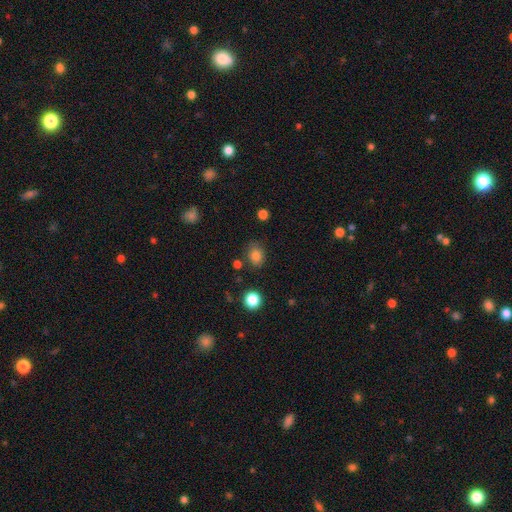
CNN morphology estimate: Smooth or featured: smooth — 83% (star or artifact — 12%)
How rounded: round — 51% (in between — 48%)
Merging: none — 77% (minor disturbance — 15%)